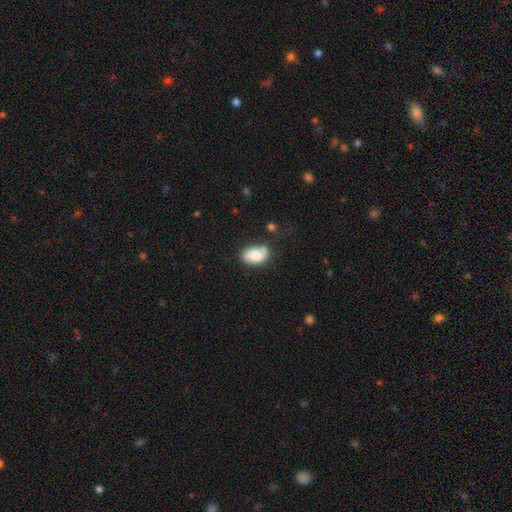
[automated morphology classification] smooth_or_featured: smooth (p=0.75) [alt: featured or disk p=0.17]
how_rounded: in between (p=0.88) [alt: round p=0.11]
merging: none (p=0.62) [alt: minor disturbance p=0.24]